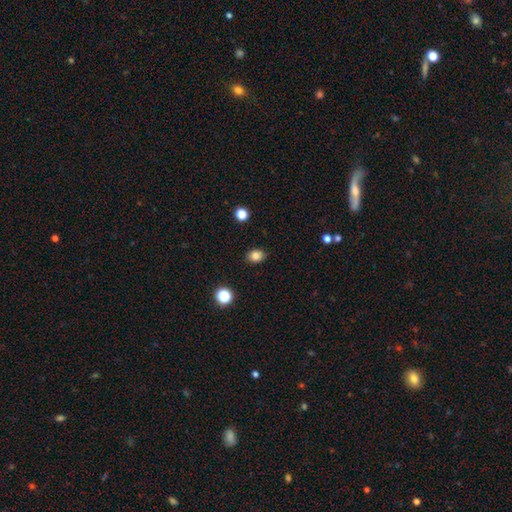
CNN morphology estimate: This appears to be a smooth galaxy with no disk features (83%) that is in between round and cigar-shaped (61%). Merging: none (88%).